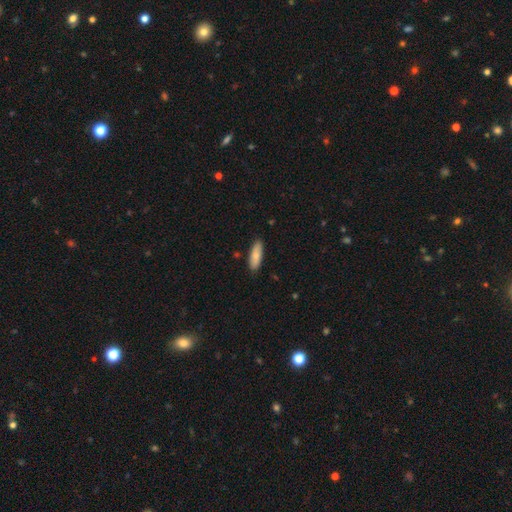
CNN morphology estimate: A smooth galaxy with no disk features (80%) that is in between round and cigar-shaped (57%). Merging: none (86%).